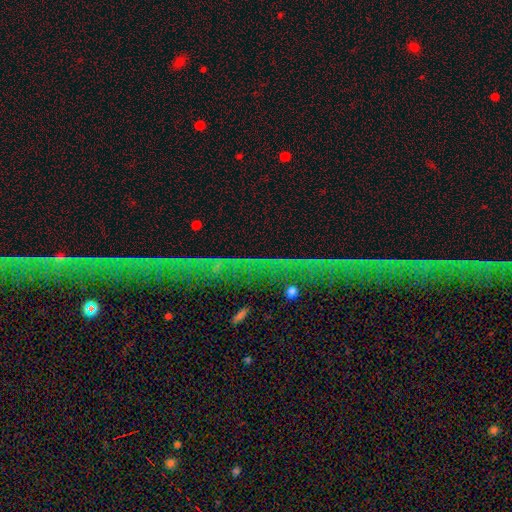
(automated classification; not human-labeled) This is likely a star or artifact rather than a galaxy (74%).